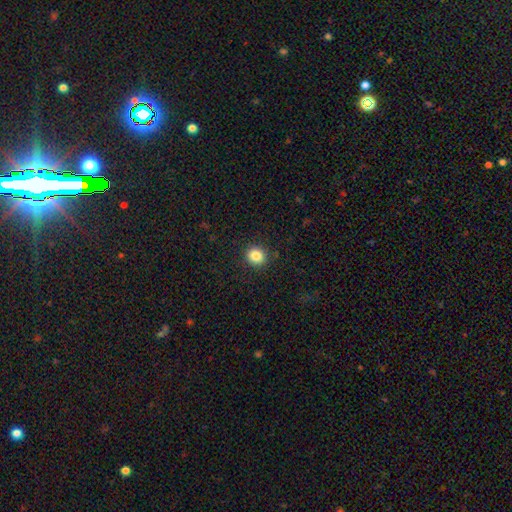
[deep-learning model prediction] Q: Smooth or featured?
A: smooth (85%); runner-up: star or artifact (10%)
Q: How rounded?
A: round (83%); runner-up: in between (16%)
Q: Merging?
A: none (90%); runner-up: minor disturbance (6%)